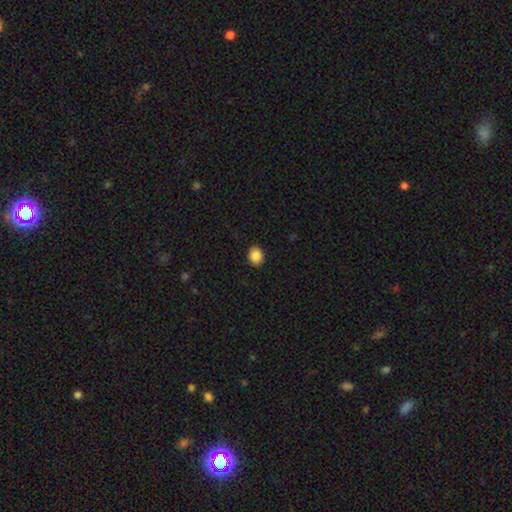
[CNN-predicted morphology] smooth 88%, star or artifact 9%, featured or disk 3%. Down the decision tree: how rounded — round (55%); merging — none (91%).